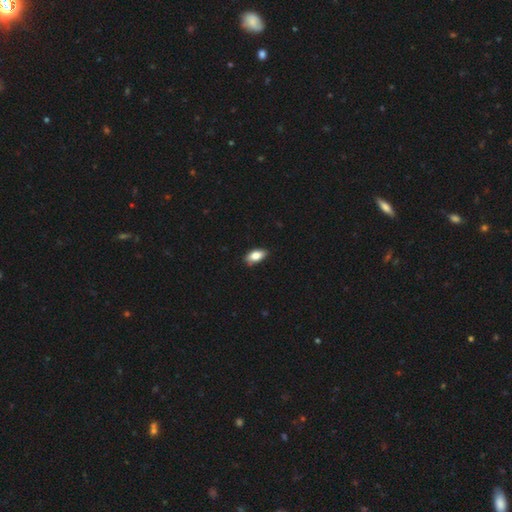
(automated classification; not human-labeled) smooth 83%, featured or disk 10%, star or artifact 7%. Down the decision tree: how rounded — in between (91%); merging — none (84%).